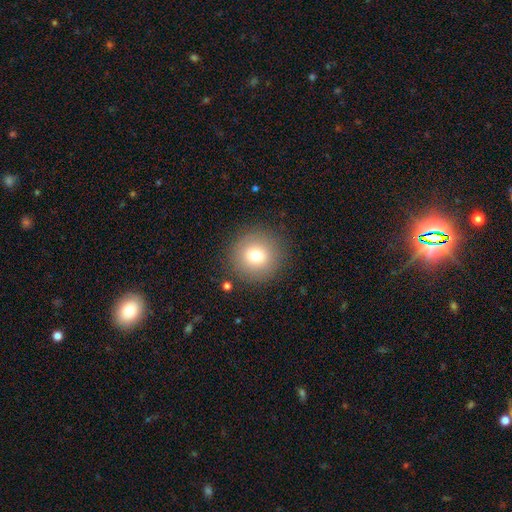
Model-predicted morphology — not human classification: Smooth or featured?
  - smooth: 75% *
  - featured or disk: 13%
  - star or artifact: 12%
How rounded?
  - round: 95% *
  - in between: 4%
  - cigar-shaped: 1%
Merging?
  - none: 88% *
  - minor disturbance: 8%
  - major disturbance: 3%
  - merger: 2%